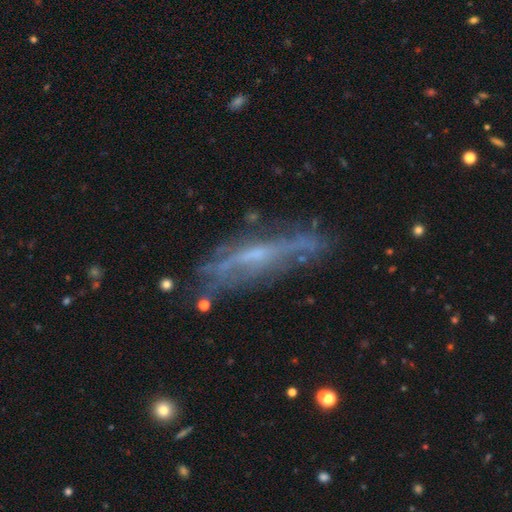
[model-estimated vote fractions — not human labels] Q: Smooth or featured?
A: featured or disk (69%); runner-up: smooth (21%)
Q: Edge-on disk?
A: yes (64%); runner-up: no (36%)
Q: Merging?
A: none (67%); runner-up: minor disturbance (21%)